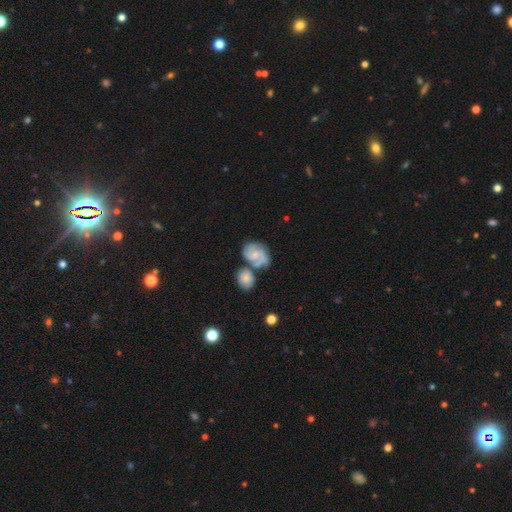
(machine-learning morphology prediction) This is likely a featured or disk galaxy (69%). It is clearly not viewed edge-on (97%). Bar: possibly no (52%). Spiral arm pattern: clearly yes (92%). Spiral arm count: possibly 2 (53%). Spiral winding: marginally medium (44%, tied with tight). Central bulge: possibly small (50%). Merging: marginally none (40%).